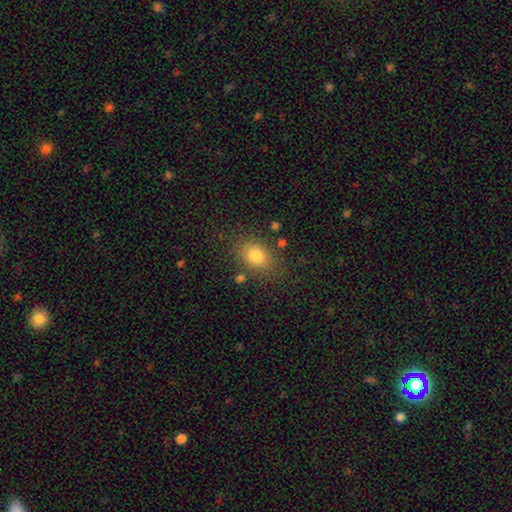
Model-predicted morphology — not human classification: smooth_or_featured: smooth (p=0.81) [alt: star or artifact p=0.11]
how_rounded: in between (p=0.67) [alt: round p=0.32]
merging: none (p=0.78) [alt: minor disturbance p=0.13]